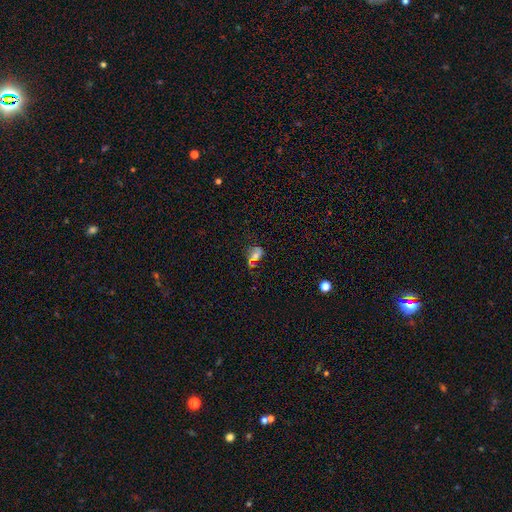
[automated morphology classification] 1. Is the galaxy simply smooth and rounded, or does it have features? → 52% smooth, 26% featured or disk, 22% star or artifact.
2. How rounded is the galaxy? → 67% in between, 30% round, 3% cigar-shaped.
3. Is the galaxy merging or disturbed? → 39% none, 22% merger, 21% minor disturbance, 18% major disturbance.